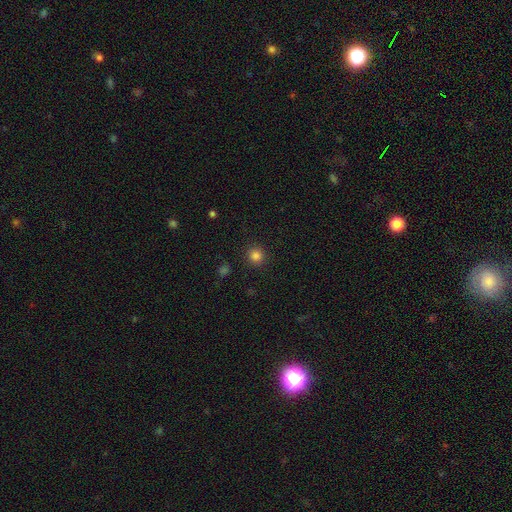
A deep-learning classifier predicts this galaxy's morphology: This is clearly a smooth galaxy (83%). How rounded: clearly round (92%). Merging: clearly none (91%).